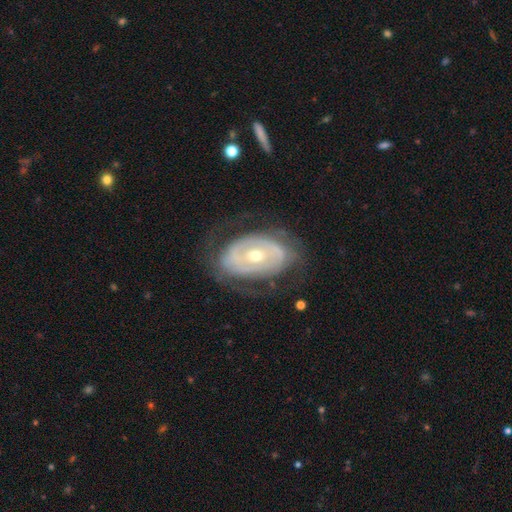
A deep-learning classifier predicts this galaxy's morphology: featured or disk 78%, smooth 17%, star or artifact 6%. Down the decision tree: edge-on disk — no (94%); bar — no (64%); spiral arms — yes (61%); bulge size — moderate (49%); merging — none (65%).